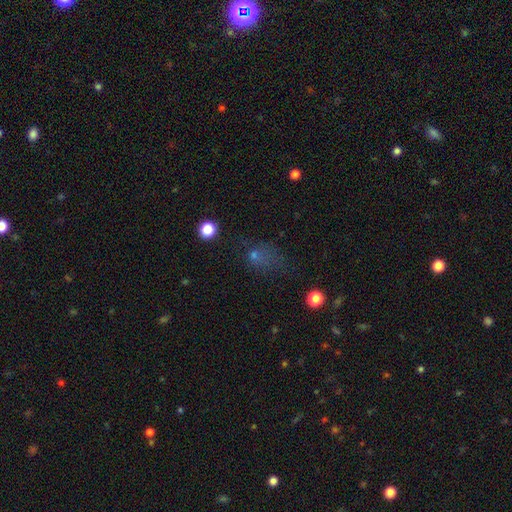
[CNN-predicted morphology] type=smooth (51%); roundness=in between (58%); merging=none (40%).